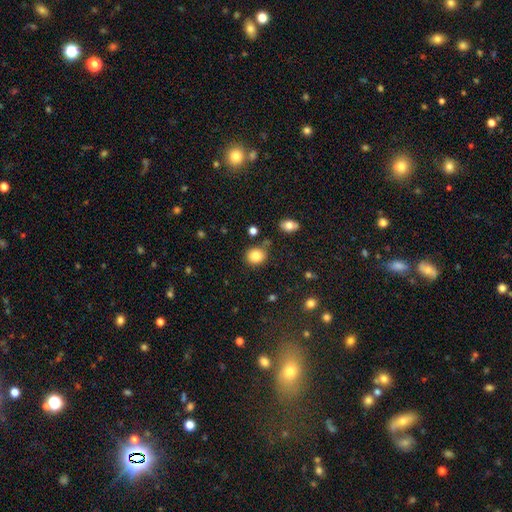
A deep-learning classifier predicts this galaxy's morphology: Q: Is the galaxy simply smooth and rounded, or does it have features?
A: smooth — 84%.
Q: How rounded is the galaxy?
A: round — 81%.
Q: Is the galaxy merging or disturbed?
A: none — 79%.